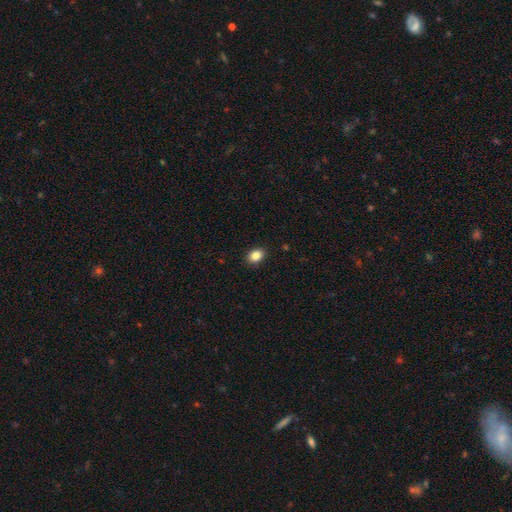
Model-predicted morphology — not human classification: Overall: smooth (85%). How rounded: in between (68%; round 31%). Merging: none (90%).